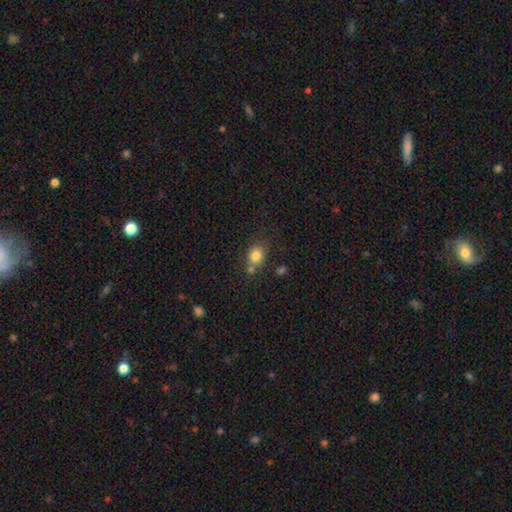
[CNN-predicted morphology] type=smooth (82%); roundness=round (60%); merging=none (63%).